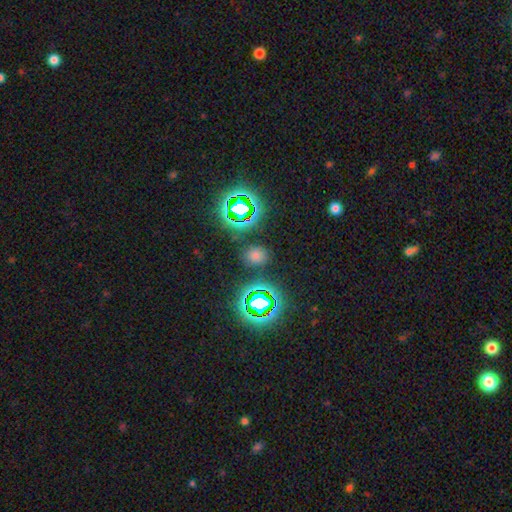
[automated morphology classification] This appears to be a smooth galaxy with no disk features (59%) that is round (63%). Merging: none (84%).